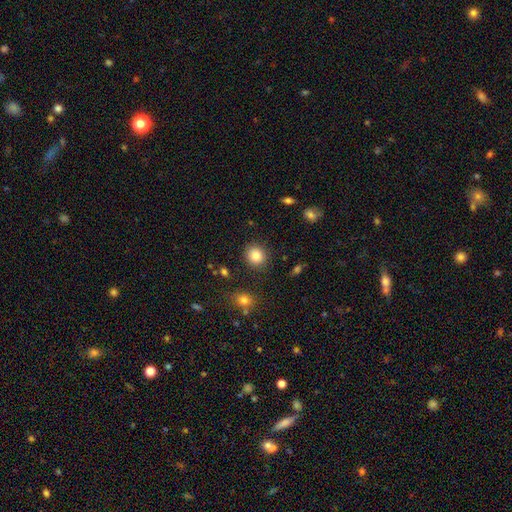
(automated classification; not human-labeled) Smooth or featured? smooth (84%)
How rounded? round (85%)
Merging? none (89%)